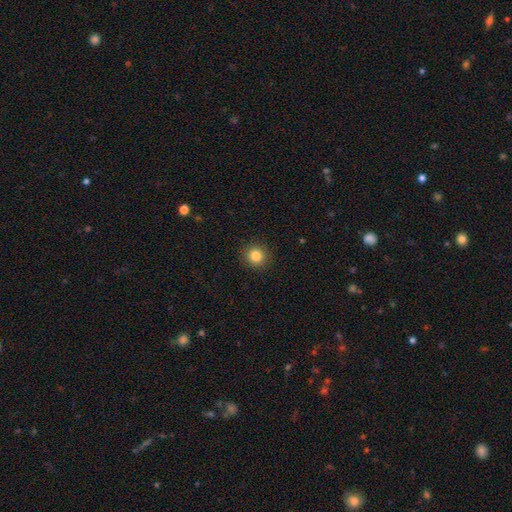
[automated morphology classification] smooth_or_featured: smooth (p=0.84) [alt: star or artifact p=0.11]
how_rounded: round (p=0.92) [alt: in between p=0.07]
merging: none (p=0.91) [alt: minor disturbance p=0.06]